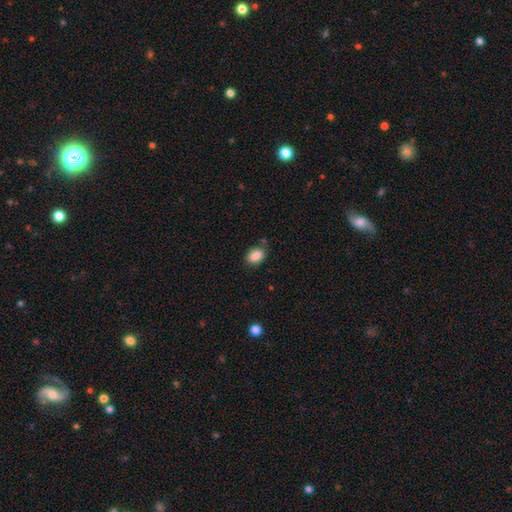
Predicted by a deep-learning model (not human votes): smooth 88%, star or artifact 8%, featured or disk 4%. Down the decision tree: how rounded — in between (82%); merging — none (79%).